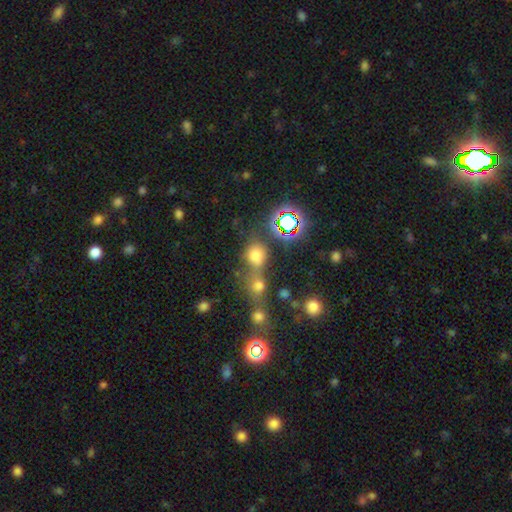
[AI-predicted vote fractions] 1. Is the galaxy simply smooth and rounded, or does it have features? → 63% smooth, 27% star or artifact, 10% featured or disk.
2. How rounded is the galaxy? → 70% round, 28% in between, 2% cigar-shaped.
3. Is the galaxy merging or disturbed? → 44% none, 39% merger, 10% minor disturbance, 7% major disturbance.